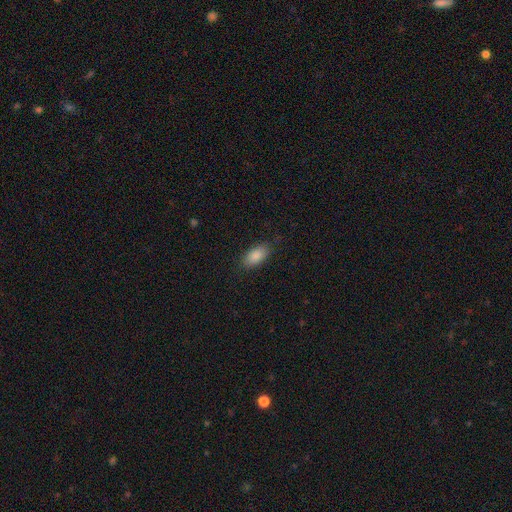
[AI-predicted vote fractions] Smooth or featured? smooth (87%)
How rounded? in between (92%)
Merging? none (84%)